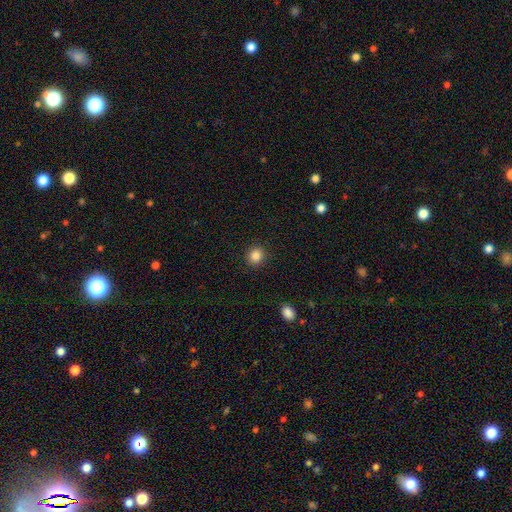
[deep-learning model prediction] The model was most divided on "smooth or featured": smooth: 85%, star or artifact: 11%, featured or disk: 4%. More confident: merging — none (92%); how rounded — round (88%).